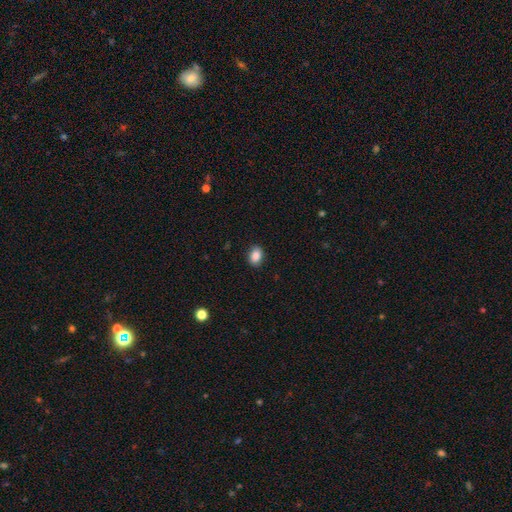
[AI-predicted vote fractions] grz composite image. It shows a smooth galaxy with no disk features (87%) that is in between round and cigar-shaped (73%). Merging: none (89%).